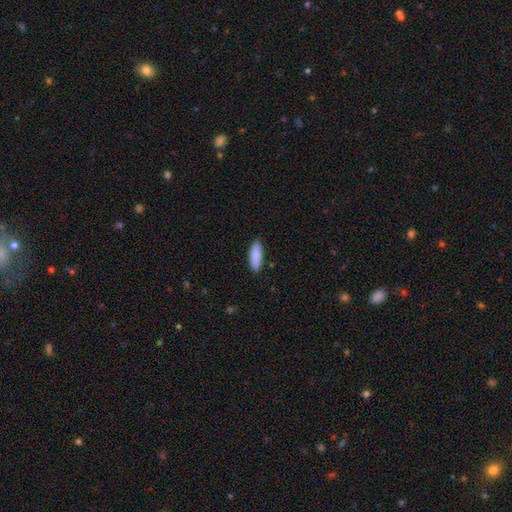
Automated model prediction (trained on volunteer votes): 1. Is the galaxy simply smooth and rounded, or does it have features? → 88% smooth, 7% featured or disk, 6% star or artifact.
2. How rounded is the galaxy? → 68% in between, 30% cigar-shaped, 2% round.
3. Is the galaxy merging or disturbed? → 86% none, 10% minor disturbance, 2% major disturbance, 1% merger.